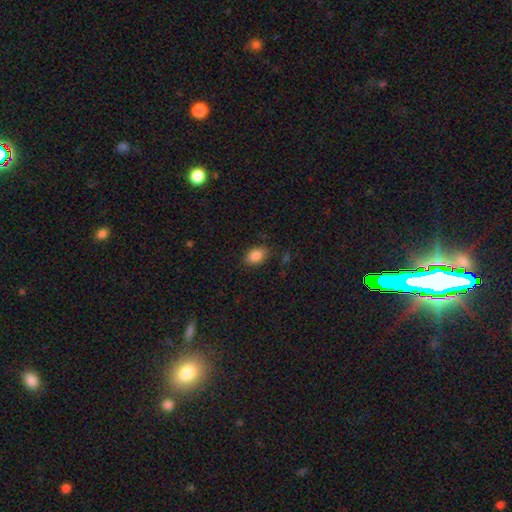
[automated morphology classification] Smooth or featured? Predicted: smooth (p=0.86). How rounded? Predicted: in between (p=0.80). Merging? Predicted: none (p=0.81).